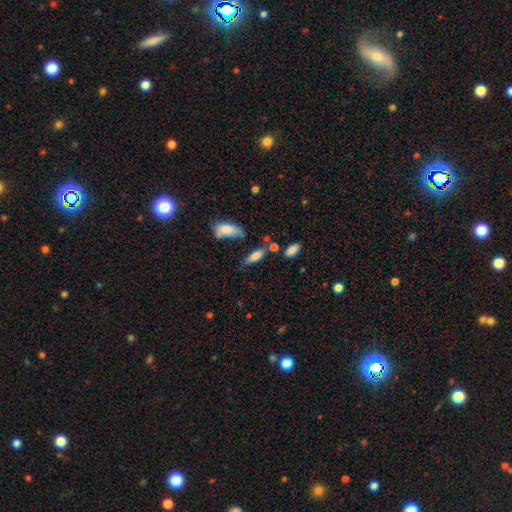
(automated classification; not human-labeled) This is likely a smooth galaxy (74%). How rounded: likely in between (66%). Merging: possibly none (52%).